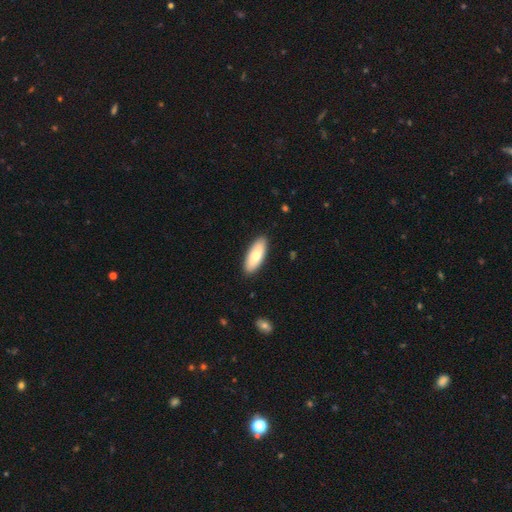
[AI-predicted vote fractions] smooth-or-featured: smooth: 78% | featured or disk: 17% | star or artifact: 5%
  how-rounded: in between: 74% | cigar-shaped: 25% | round: 2%
  merging: none: 89% | minor disturbance: 8% | major disturbance: 2% | merger: 1%